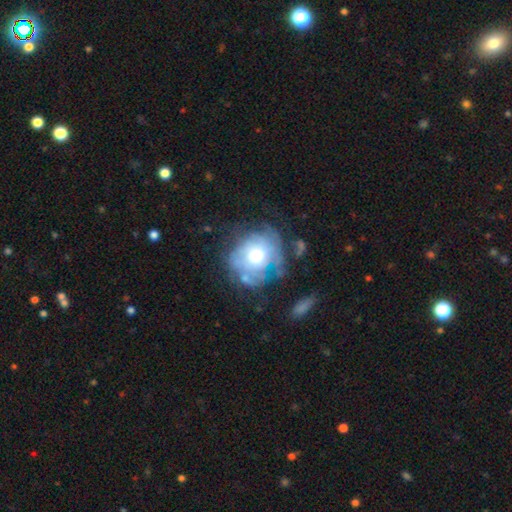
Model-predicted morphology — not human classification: featured or disk 53%, smooth 38%, star or artifact 9%. Down the decision tree: edge-on disk — no (96%); bar — no (87%); spiral arms — no (57%); bulge size — moderate (67%); merging — none (52%).